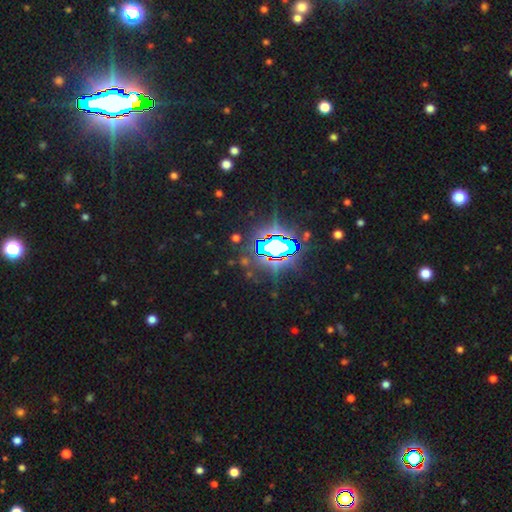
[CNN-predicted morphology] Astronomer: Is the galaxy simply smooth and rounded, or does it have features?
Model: star or artifact — 86%.